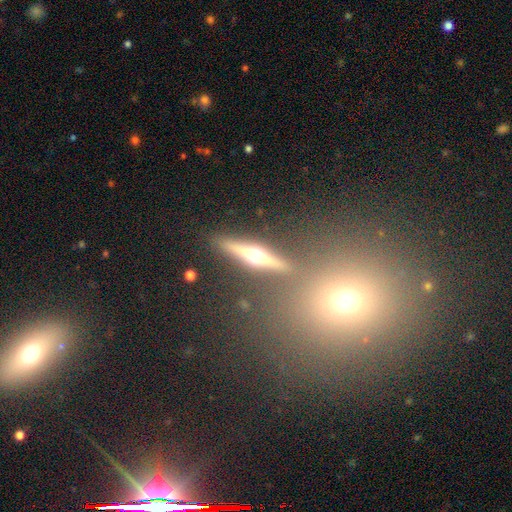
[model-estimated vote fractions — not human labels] smooth_or_featured: featured or disk (p=0.69) [alt: smooth p=0.21]
disk_edge_on: yes (p=0.94) [alt: no p=0.06]
edge_on_bulge: rounded (p=0.95) [alt: boxy p=0.03]
merging: none (p=0.85) [alt: minor disturbance p=0.08]